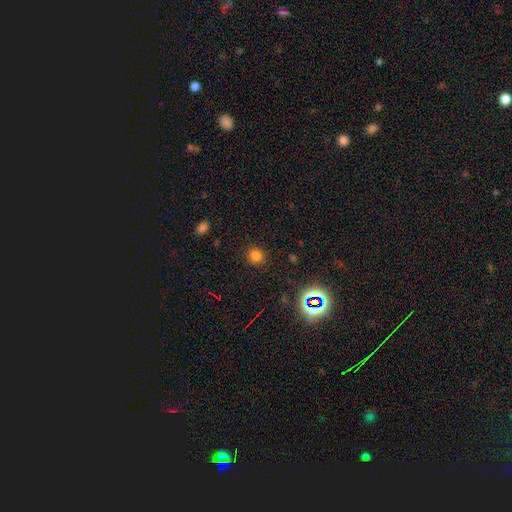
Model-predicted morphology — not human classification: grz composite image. It shows a smooth galaxy with no disk features (77%) that is round (87%). Merging: none (89%).